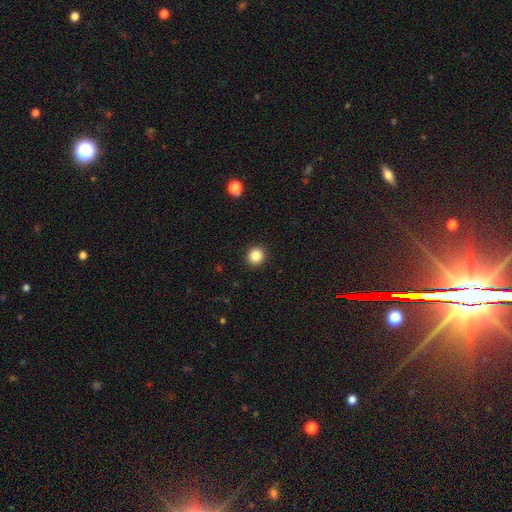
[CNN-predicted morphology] Q: Smooth or featured?
A: smooth (86%); runner-up: star or artifact (10%)
Q: How rounded?
A: round (93%); runner-up: in between (6%)
Q: Merging?
A: none (93%); runner-up: minor disturbance (4%)